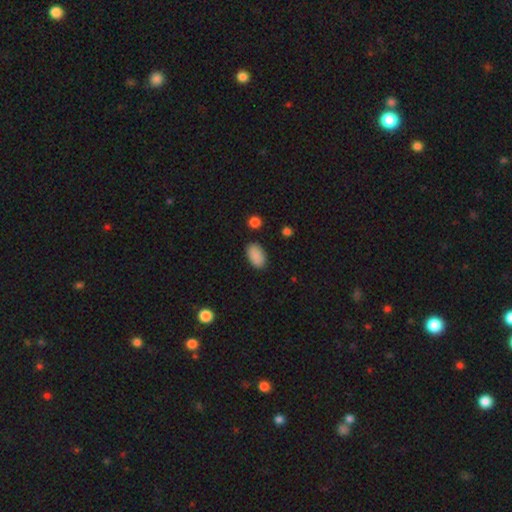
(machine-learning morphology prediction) smooth_or_featured: smooth (p=0.90) [alt: star or artifact p=0.07]
how_rounded: in between (p=0.94) [alt: round p=0.05]
merging: none (p=0.87) [alt: minor disturbance p=0.09]